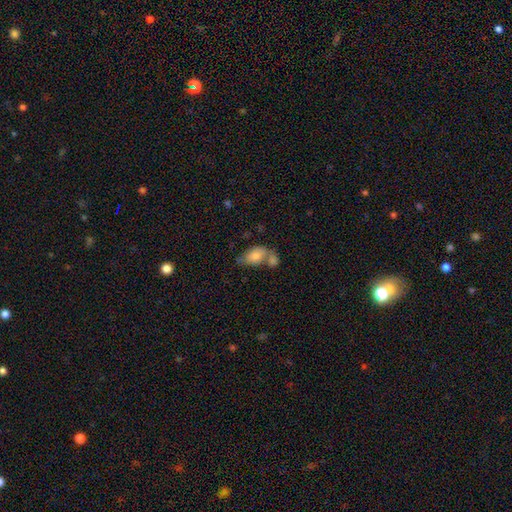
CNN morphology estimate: Smooth or featured? smooth (78%)
How rounded? in between (88%)
Merging? merger (49%)